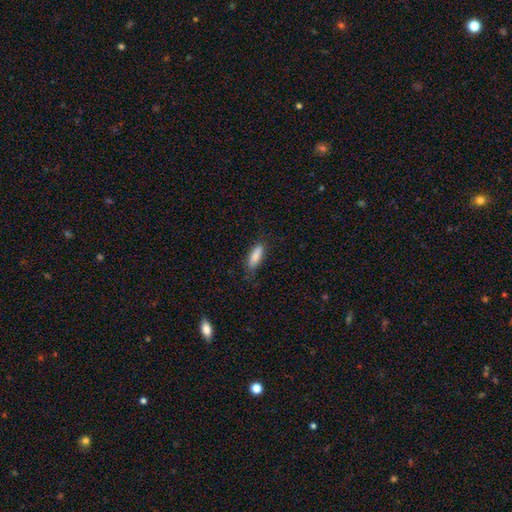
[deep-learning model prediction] The model was most divided on "how rounded": in between: 55%, cigar-shaped: 43%, round: 2%. More confident: smooth or featured — smooth (84%); merging — none (76%).